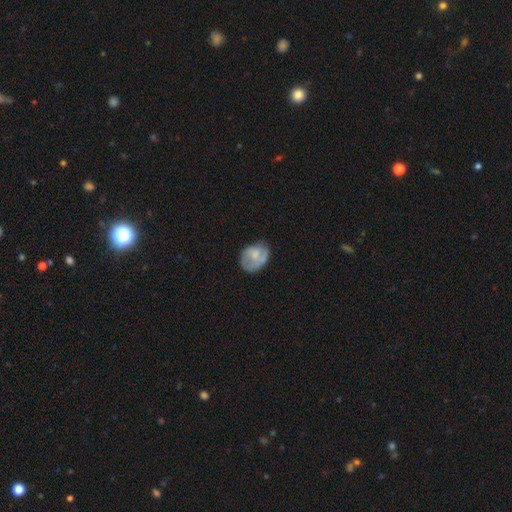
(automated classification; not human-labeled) smooth 50%, featured or disk 43%, star or artifact 7%. Down the decision tree: merging — none (48%).